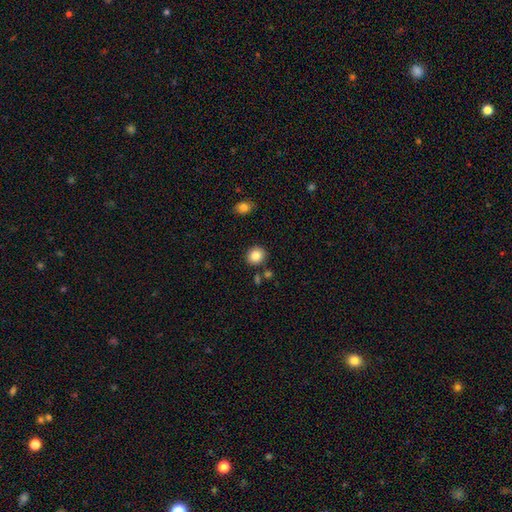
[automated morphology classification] smooth_or_featured: smooth (p=0.85) [alt: star or artifact p=0.10]
how_rounded: round (p=0.80) [alt: in between p=0.19]
merging: none (p=0.85) [alt: minor disturbance p=0.08]